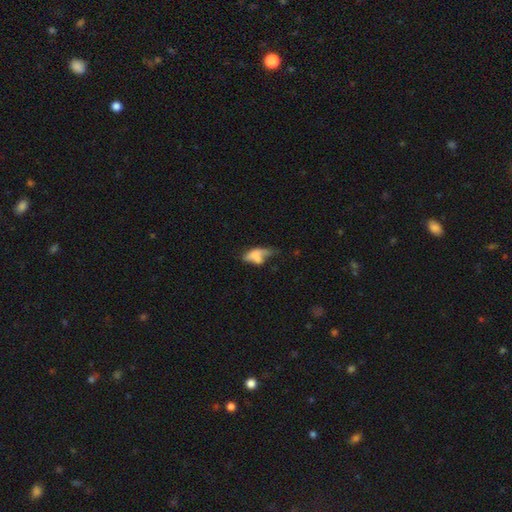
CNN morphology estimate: Overall: smooth (58%; featured or disk 31%). How rounded: in between (76%). Merging: major disturbance (32%; minor disturbance 24%).